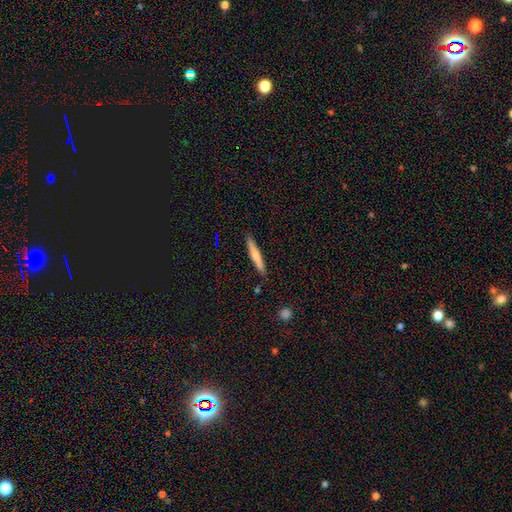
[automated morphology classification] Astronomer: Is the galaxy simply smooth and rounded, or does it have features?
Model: smooth — 65%.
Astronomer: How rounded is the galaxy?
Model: cigar-shaped — 94%.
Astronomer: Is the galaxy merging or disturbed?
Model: none — 88%.